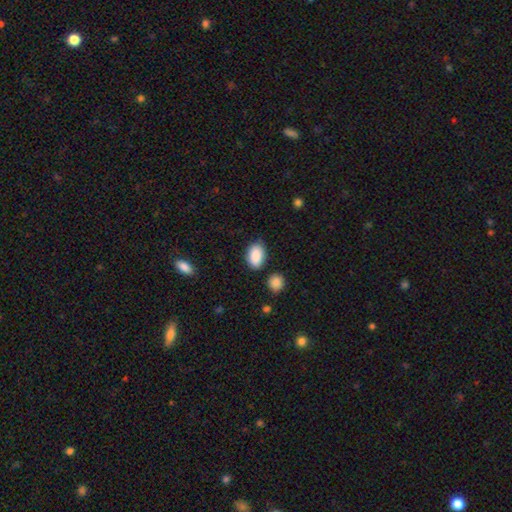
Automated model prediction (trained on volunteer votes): The model was most divided on "merging": none: 77%, minor disturbance: 15%, merger: 4%, major disturbance: 3%. More confident: how rounded — in between (90%); smooth or featured — smooth (89%).